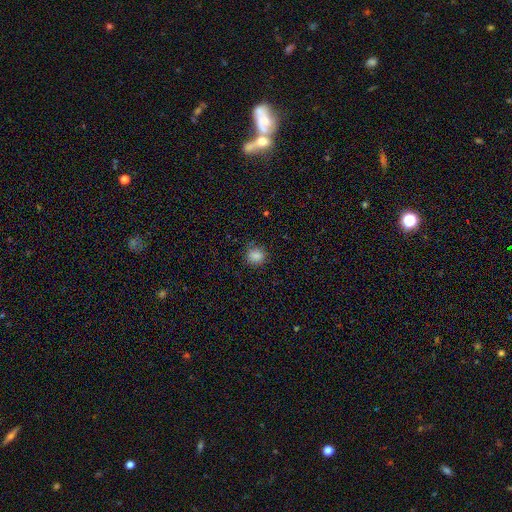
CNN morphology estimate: Smooth or featured?
  - smooth: 85% *
  - star or artifact: 11%
  - featured or disk: 4%
How rounded?
  - round: 82% *
  - in between: 17%
  - cigar-shaped: 1%
Merging?
  - none: 82% *
  - minor disturbance: 13%
  - major disturbance: 4%
  - merger: 1%